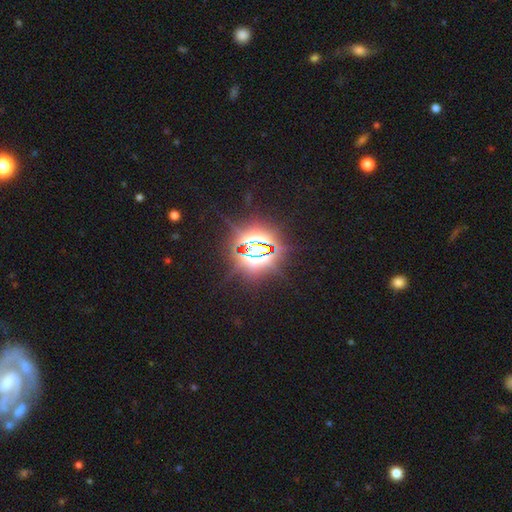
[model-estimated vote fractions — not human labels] Overall: star or artifact (84%).